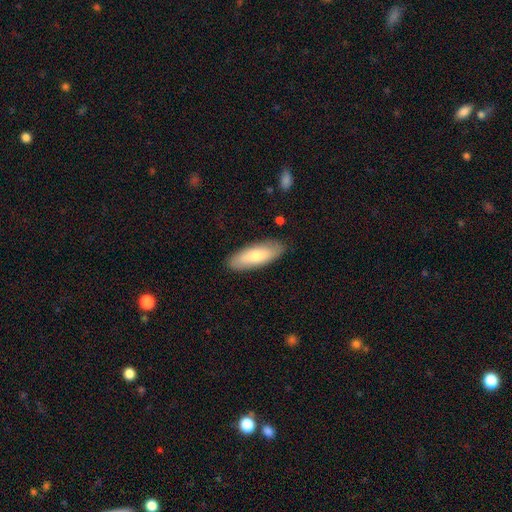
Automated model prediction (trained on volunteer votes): This is likely a smooth galaxy (73%). How rounded: likely in between (63%). Merging: clearly none (86%).